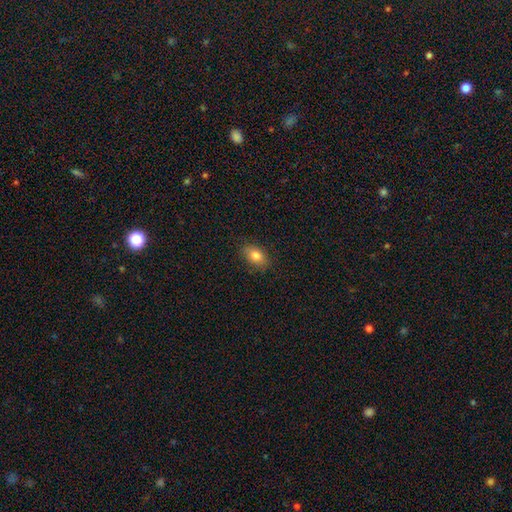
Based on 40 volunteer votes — A smooth galaxy with no disk features (90%) that is in between round and cigar-shaped (89%).

Vote fractions:
- Smooth or featured? smooth: 90% / featured or disk: 5% / star or artifact: 5%
- How rounded? in between: 89% / round: 11% / cigar-shaped: 0%
- Merging? none: 92% / minor disturbance: 8% / major disturbance: 0% / merger: 0%